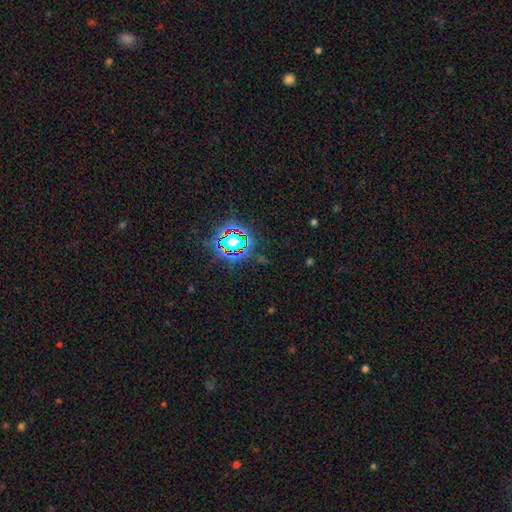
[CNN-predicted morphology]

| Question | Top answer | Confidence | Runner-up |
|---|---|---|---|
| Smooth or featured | star or artifact | 80% | smooth (12%) |